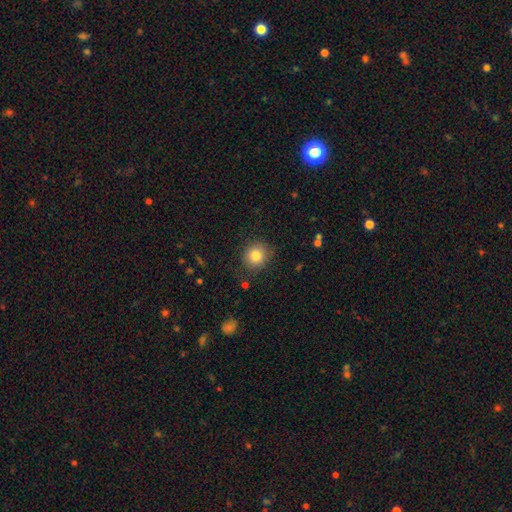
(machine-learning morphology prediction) A smooth galaxy with no disk features (83%) that is round (89%).

Vote fractions:
- Smooth or featured? smooth: 83% / star or artifact: 10% / featured or disk: 7%
- How rounded? round: 89% / in between: 10% / cigar-shaped: 1%
- Merging? none: 84% / minor disturbance: 11% / major disturbance: 3% / merger: 2%